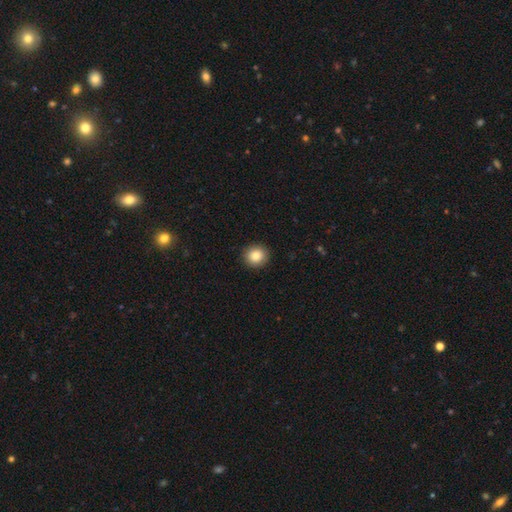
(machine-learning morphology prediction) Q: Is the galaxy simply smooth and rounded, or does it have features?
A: smooth — 86%.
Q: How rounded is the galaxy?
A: round — 87%.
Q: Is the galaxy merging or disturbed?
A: none — 91%.